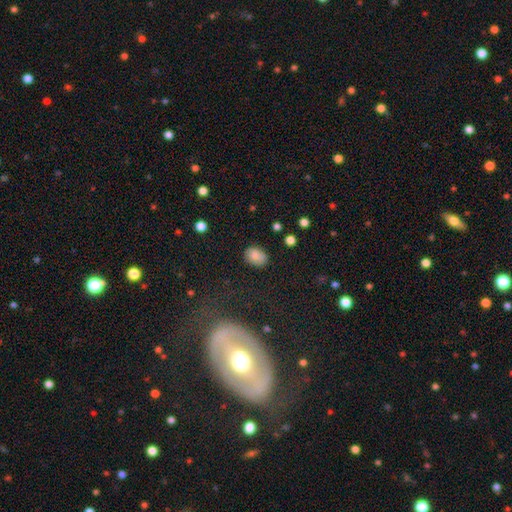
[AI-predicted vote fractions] The model was most divided on "how rounded": in between: 70%, round: 29%, cigar-shaped: 1%. More confident: smooth or featured — smooth (83%); merging — none (81%).